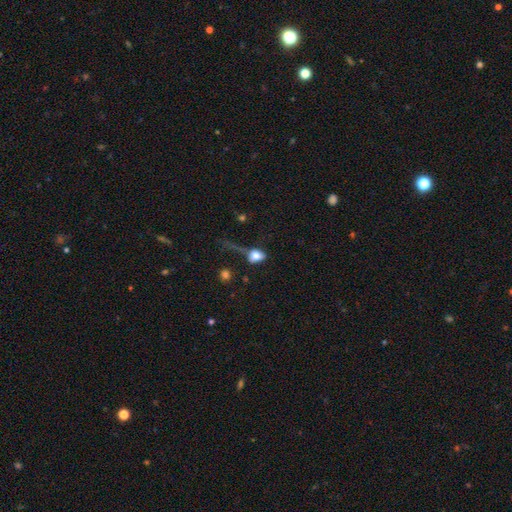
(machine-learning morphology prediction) A smooth galaxy with no disk features (72%) that is in between round and cigar-shaped (62%). Merging: major disturbance (34%).